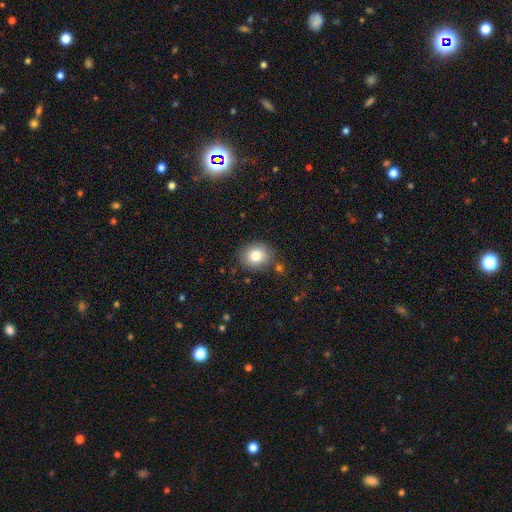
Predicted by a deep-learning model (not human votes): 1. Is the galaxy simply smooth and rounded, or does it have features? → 81% smooth, 10% star or artifact, 9% featured or disk.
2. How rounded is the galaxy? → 69% round, 30% in between, 1% cigar-shaped.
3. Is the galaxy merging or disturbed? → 83% none, 10% minor disturbance, 4% merger, 3% major disturbance.